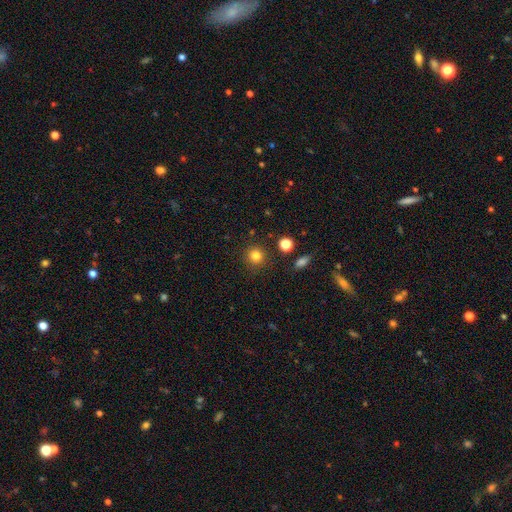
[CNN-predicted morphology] Smooth or featured: smooth — 82% (star or artifact — 13%)
How rounded: round — 92% (in between — 7%)
Merging: none — 88% (minor disturbance — 7%)